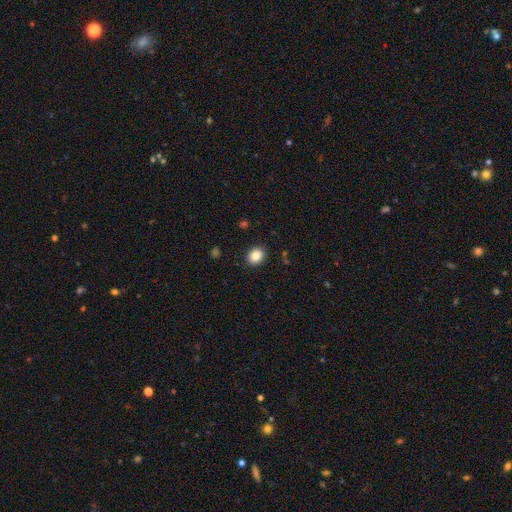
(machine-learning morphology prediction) Smooth or featured?
  - smooth: 86% *
  - star or artifact: 9%
  - featured or disk: 5%
How rounded?
  - round: 56% *
  - in between: 43%
  - cigar-shaped: 1%
Merging?
  - none: 90% *
  - minor disturbance: 7%
  - major disturbance: 2%
  - merger: 1%